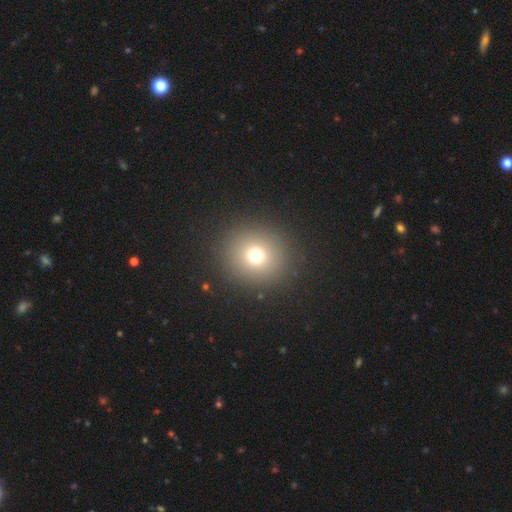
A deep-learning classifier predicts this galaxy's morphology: smooth-or-featured: smooth: 71% | star or artifact: 18% | featured or disk: 10%
  how-rounded: round: 91% | in between: 9% | cigar-shaped: 1%
  merging: none: 90% | minor disturbance: 6% | major disturbance: 3% | merger: 1%